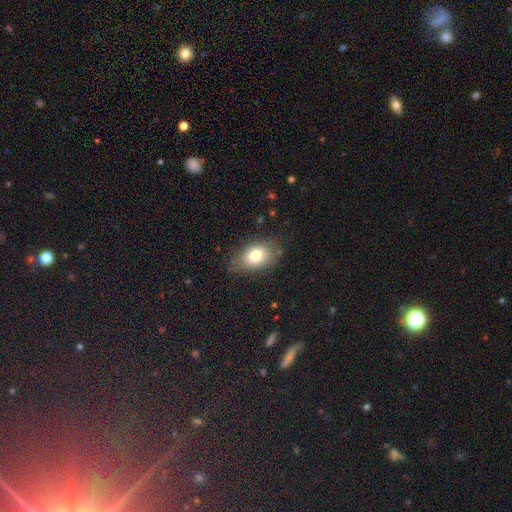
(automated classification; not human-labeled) This appears to be a smooth galaxy with no disk features (77%) that is in between round and cigar-shaped (83%). Merging: none (75%).